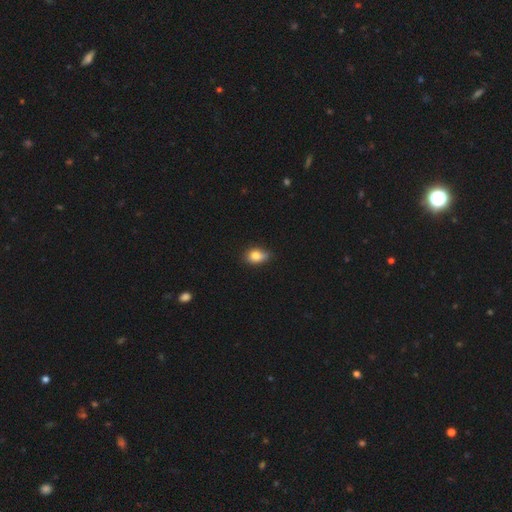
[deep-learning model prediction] This appears to be a smooth galaxy with no disk features (81%) that is in between round and cigar-shaped (76%). Merging: none (61%).